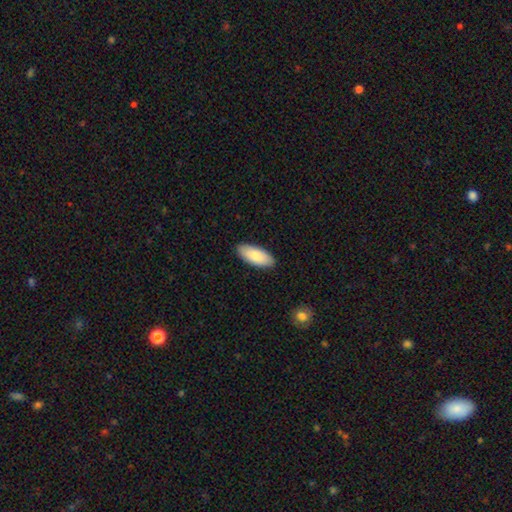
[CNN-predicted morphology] Smooth or featured? smooth (83%)
How rounded? in between (88%)
Merging? none (89%)